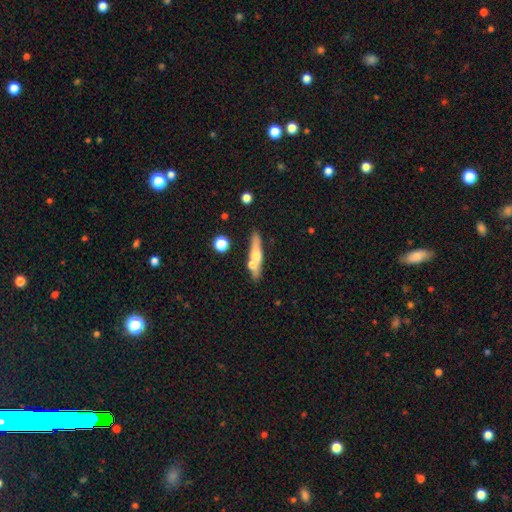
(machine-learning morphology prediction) Smooth or featured? Predicted: smooth (p=0.47, tied with featured or disk). Merging? Predicted: none (p=0.67).